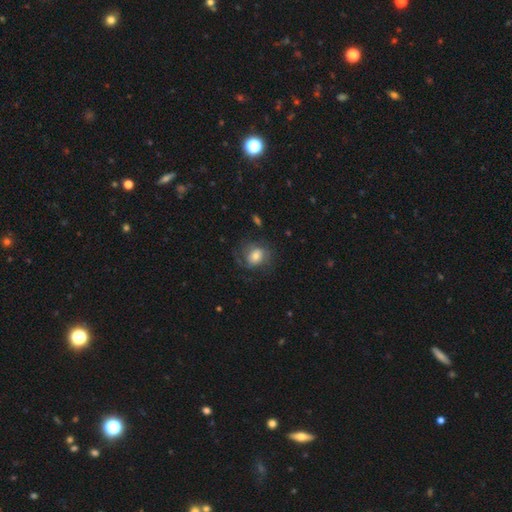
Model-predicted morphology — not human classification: smooth_or_featured: smooth (p=0.49) [alt: featured or disk p=0.43]
merging: none (p=0.61) [alt: minor disturbance p=0.21]